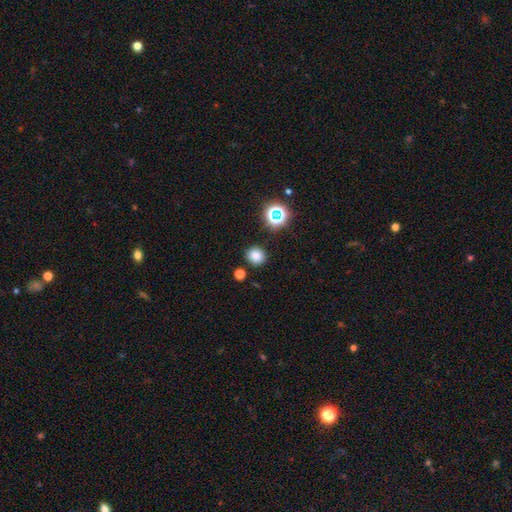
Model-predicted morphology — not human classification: type=smooth (78%); roundness=round (83%); merging=none (86%).